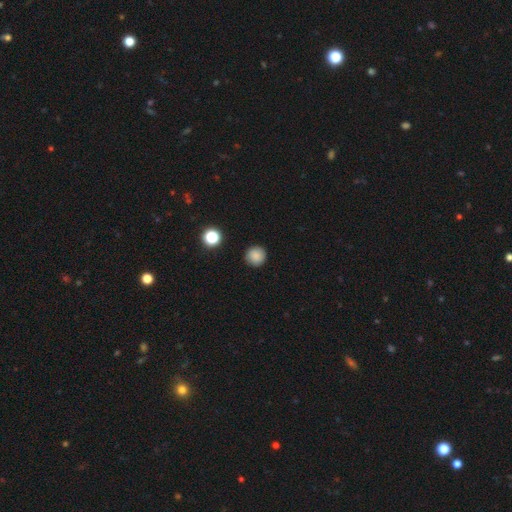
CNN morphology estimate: smooth_or_featured: smooth (p=0.85) [alt: star or artifact p=0.11]
how_rounded: round (p=0.95) [alt: in between p=0.04]
merging: none (p=0.91) [alt: minor disturbance p=0.06]